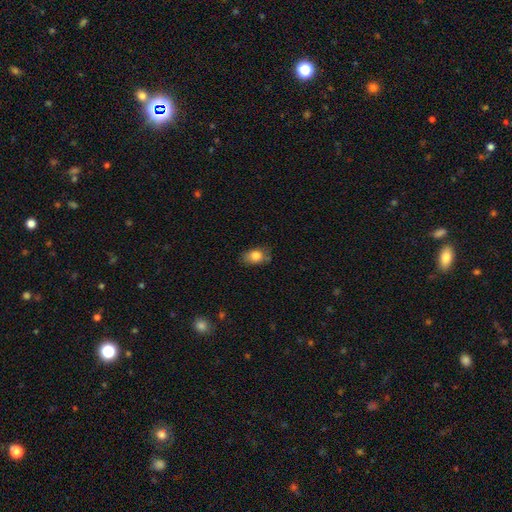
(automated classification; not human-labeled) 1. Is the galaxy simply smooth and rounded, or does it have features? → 81% smooth, 10% featured or disk, 8% star or artifact.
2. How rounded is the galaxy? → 78% in between, 20% round, 2% cigar-shaped.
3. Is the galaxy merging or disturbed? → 68% none, 24% minor disturbance, 6% major disturbance, 3% merger.